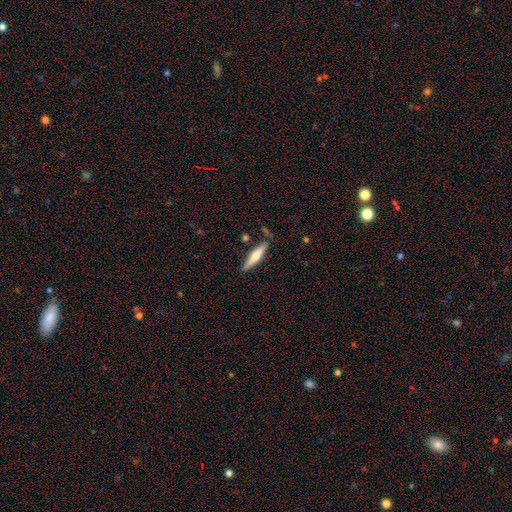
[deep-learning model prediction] Smooth or featured?
  - smooth: 52% *
  - featured or disk: 42%
  - star or artifact: 6%
How rounded?
  - cigar-shaped: 85% *
  - in between: 14%
  - round: 1%
Merging?
  - none: 81% *
  - minor disturbance: 12%
  - merger: 4%
  - major disturbance: 2%